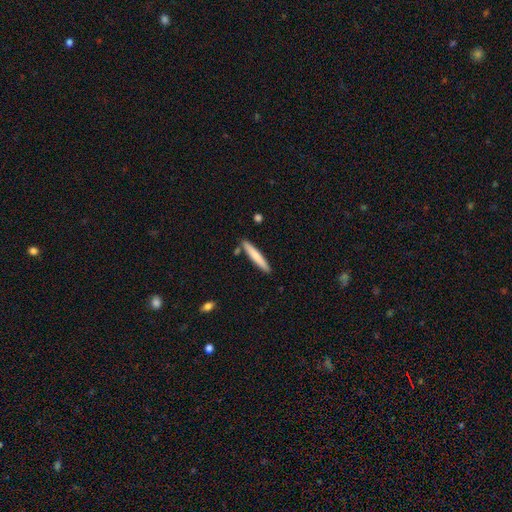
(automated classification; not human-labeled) Q: Smooth or featured?
A: smooth (75%); runner-up: featured or disk (20%)
Q: How rounded?
A: cigar-shaped (93%); runner-up: in between (6%)
Q: Merging?
A: none (85%); runner-up: minor disturbance (9%)